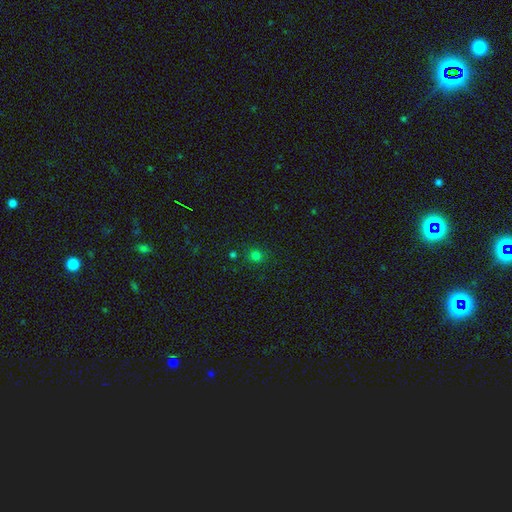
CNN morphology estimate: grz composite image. It shows a smooth galaxy with no disk features (74%) that is round (89%). Merging: none (84%).